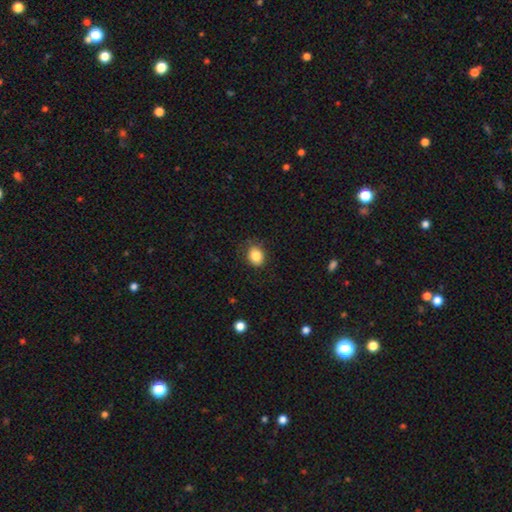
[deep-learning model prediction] This appears to be a smooth galaxy with no disk features (85%) that is round (53%). Merging: none (78%).